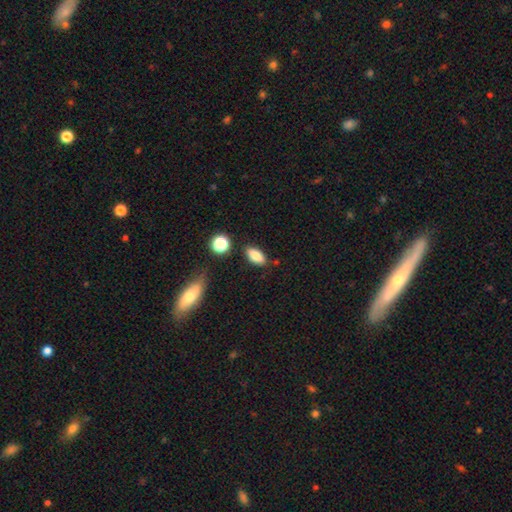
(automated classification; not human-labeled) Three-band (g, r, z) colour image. It shows a smooth galaxy with no disk features (83%) that is in between round and cigar-shaped (86%). Merging: none (82%).